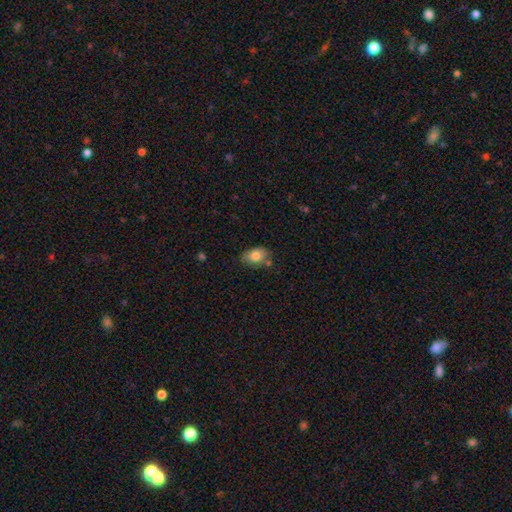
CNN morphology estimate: smooth_or_featured: smooth (p=0.79) [alt: featured or disk p=0.13]
how_rounded: in between (p=0.84) [alt: round p=0.14]
merging: none (p=0.68) [alt: minor disturbance p=0.22]